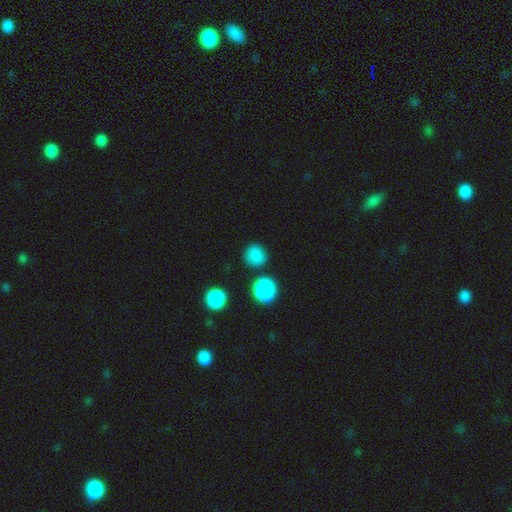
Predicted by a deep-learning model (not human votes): Smooth or featured? smooth (83%)
How rounded? round (89%)
Merging? none (83%)